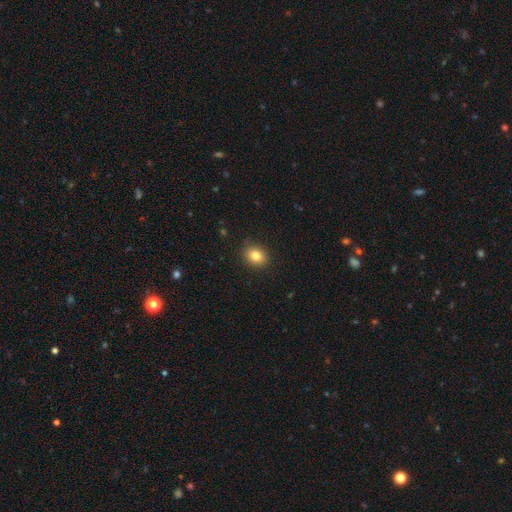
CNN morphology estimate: This is clearly a smooth galaxy (82%). How rounded: possibly round (52%). Merging: clearly none (89%).